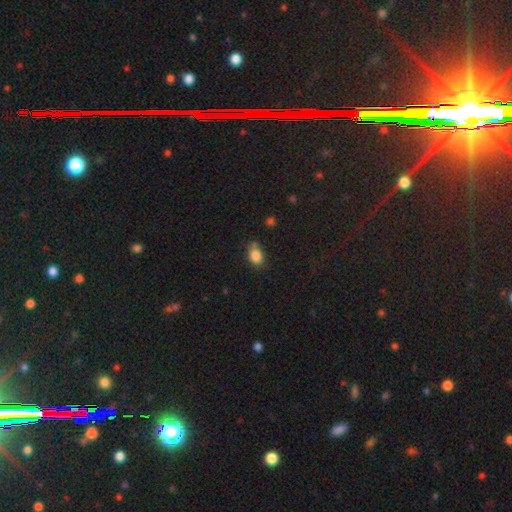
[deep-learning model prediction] Smooth or featured? smooth (85%)
How rounded? in between (74%)
Merging? none (58%)